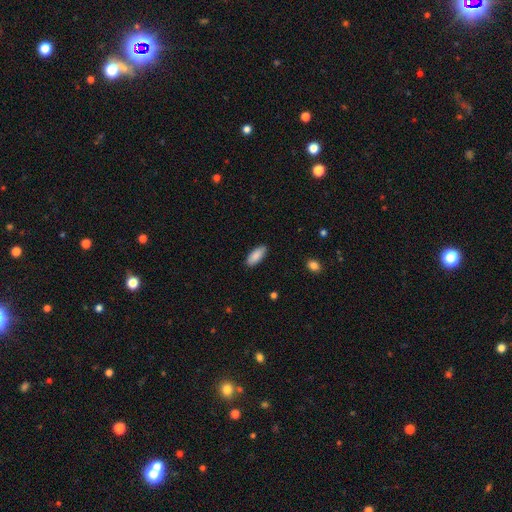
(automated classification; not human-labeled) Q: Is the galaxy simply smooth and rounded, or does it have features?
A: smooth — 89%.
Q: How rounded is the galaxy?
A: in between — 80%.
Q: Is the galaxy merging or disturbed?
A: none — 87%.